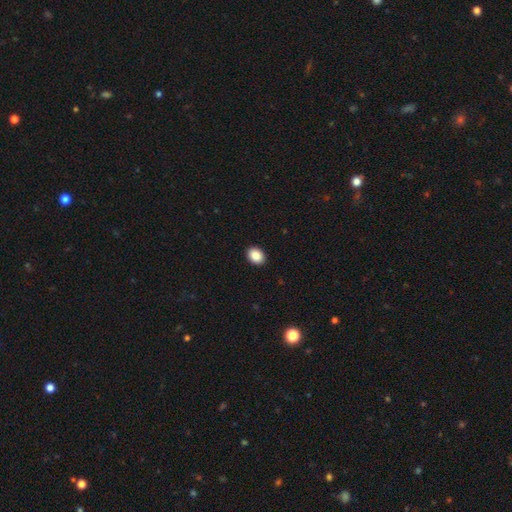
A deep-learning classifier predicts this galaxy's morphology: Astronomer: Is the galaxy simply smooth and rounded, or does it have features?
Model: smooth — 89%.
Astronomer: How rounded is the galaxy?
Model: in between — 64%.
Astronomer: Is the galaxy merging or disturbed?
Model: none — 92%.